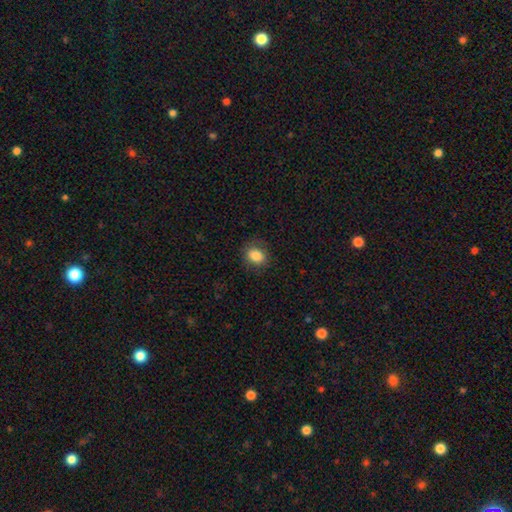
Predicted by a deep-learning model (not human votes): Morphology: type=smooth (84%); roundness=round (52%); merging=none (82%).